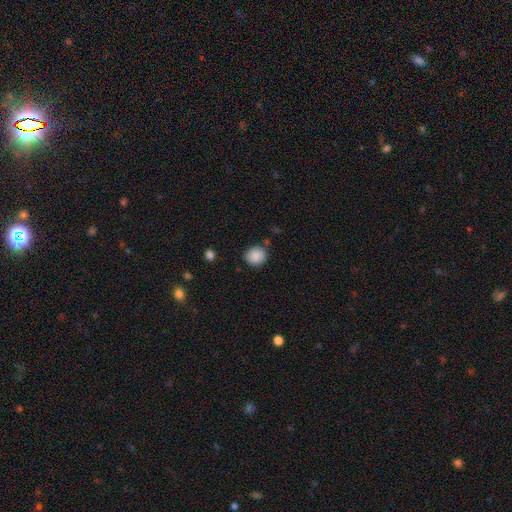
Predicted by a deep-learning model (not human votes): smooth_or_featured: smooth (p=0.88) [alt: star or artifact p=0.08]
how_rounded: round (p=0.80) [alt: in between p=0.19]
merging: none (p=0.80) [alt: minor disturbance p=0.13]